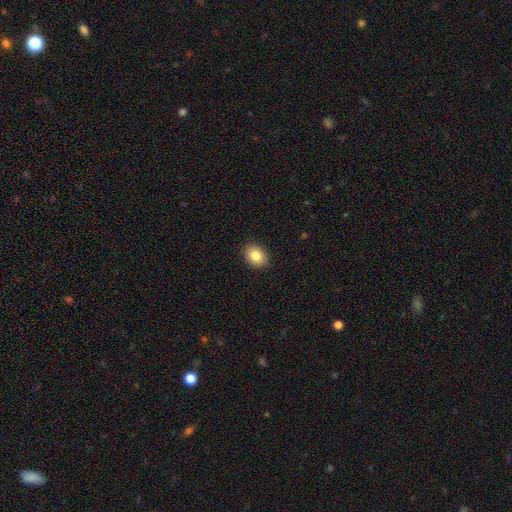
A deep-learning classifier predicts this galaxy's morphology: This is clearly a smooth galaxy (85%). How rounded: likely in between (64%). Merging: clearly none (90%).